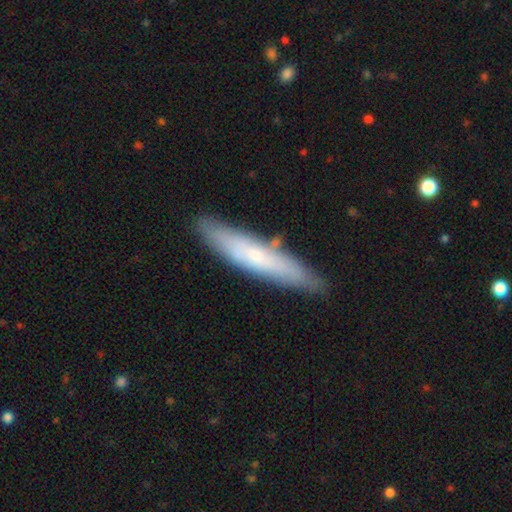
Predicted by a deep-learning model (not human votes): Morphology: type=smooth (48%); merging=none (83%).